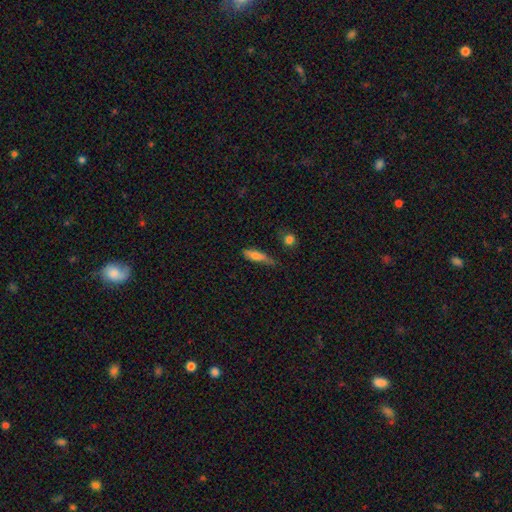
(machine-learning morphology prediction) This is likely a smooth galaxy (72%). How rounded: possibly cigar-shaped (60%). Merging: possibly none (48%).